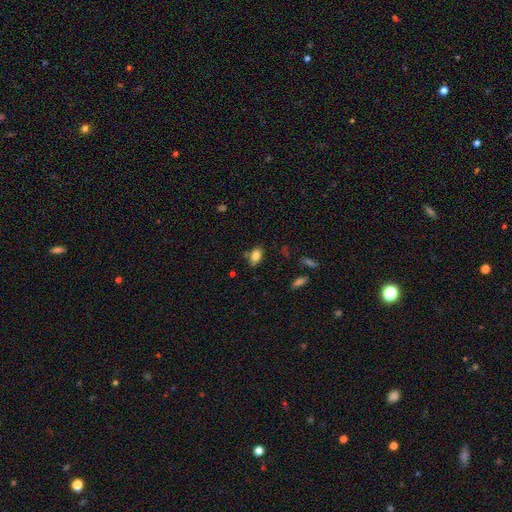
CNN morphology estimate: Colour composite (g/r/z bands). It shows a smooth galaxy with no disk features (82%) that is in between round and cigar-shaped (87%). Merging: none (75%).